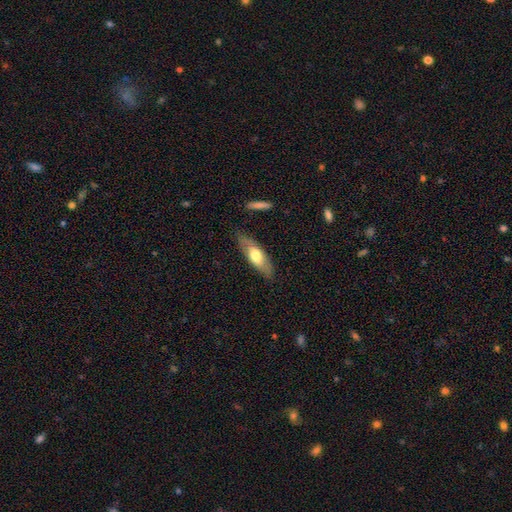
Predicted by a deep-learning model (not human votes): smooth_or_featured: smooth (p=0.59) [alt: featured or disk p=0.35]
how_rounded: in between (p=0.55) [alt: cigar-shaped p=0.43]
merging: none (p=0.81) [alt: minor disturbance p=0.14]